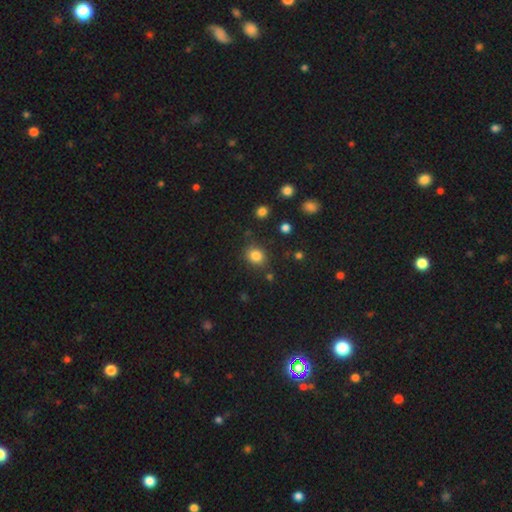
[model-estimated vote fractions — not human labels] Morphology: type=smooth (83%); roundness=round (63%); merging=none (82%).